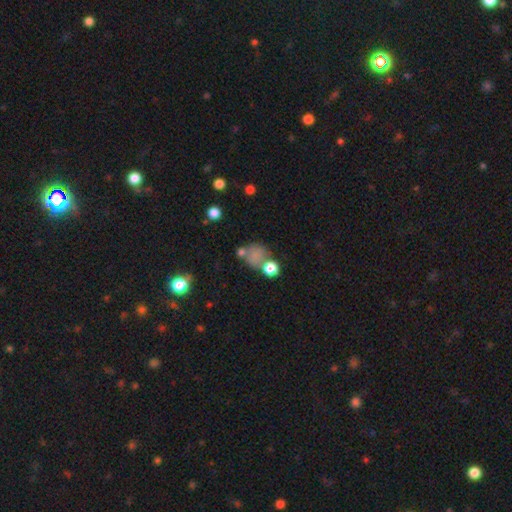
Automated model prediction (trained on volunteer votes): Smooth or featured? Predicted: smooth (p=0.71). How rounded? Predicted: round (p=0.72). Merging? Predicted: none (p=0.44).